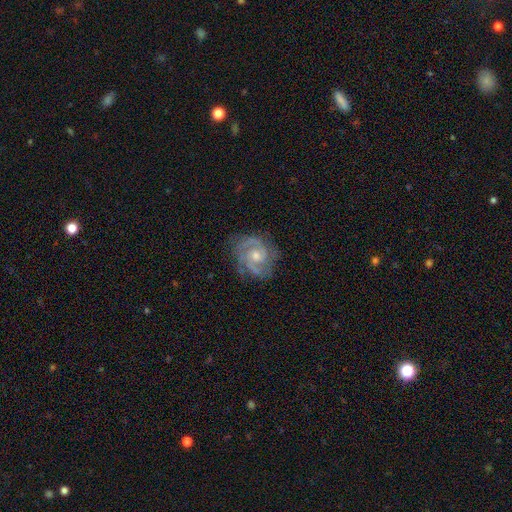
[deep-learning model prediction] Smooth or featured? featured or disk (86%)
Edge-on disk? no (98%)
Bar? no (65%)
Spiral arms? yes (96%)
Spiral winding? tight (52%)
Spiral arm count? 2 (50%)
Bulge size? moderate (59%)
Merging? none (75%)